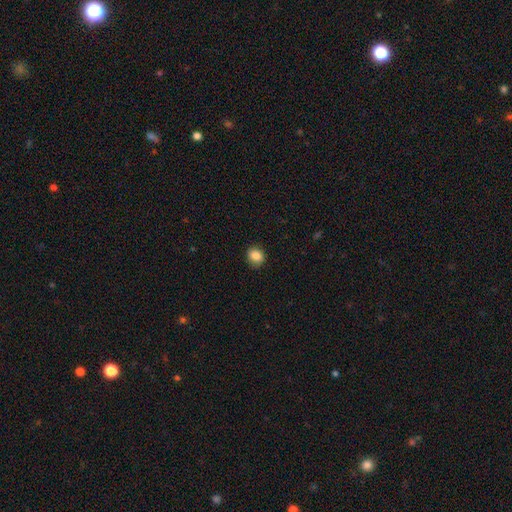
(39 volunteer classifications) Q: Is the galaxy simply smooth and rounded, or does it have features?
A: smooth — 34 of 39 (87%).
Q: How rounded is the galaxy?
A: round — 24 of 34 (71%).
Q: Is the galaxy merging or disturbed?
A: none — 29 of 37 (78%).